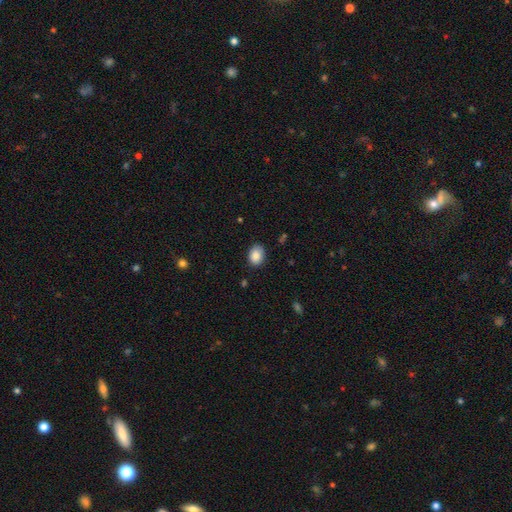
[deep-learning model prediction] The model was most divided on "how rounded": in between: 67%, round: 32%, cigar-shaped: 1%. More confident: smooth or featured — smooth (88%); merging — none (82%).